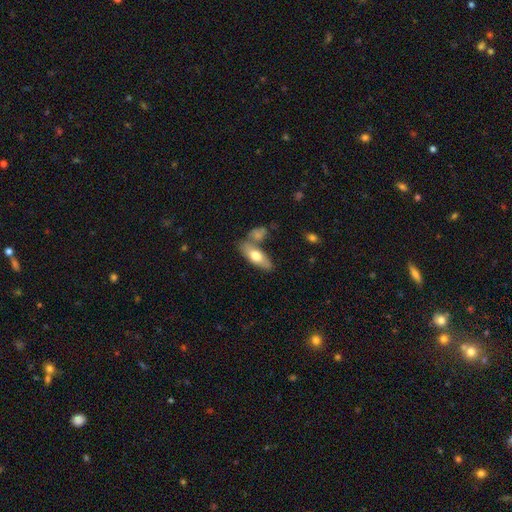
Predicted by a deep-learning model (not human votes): A smooth galaxy with no disk features (65%) that is in between round and cigar-shaped (68%). Merging: none (59%).